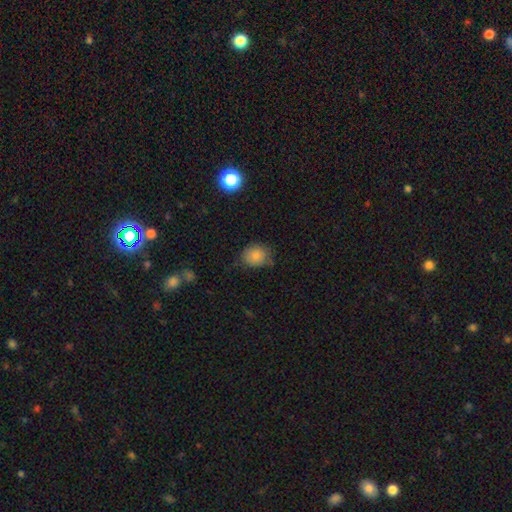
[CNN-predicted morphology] This is clearly a smooth galaxy (82%). How rounded: likely round (69%). Merging: likely none (68%).